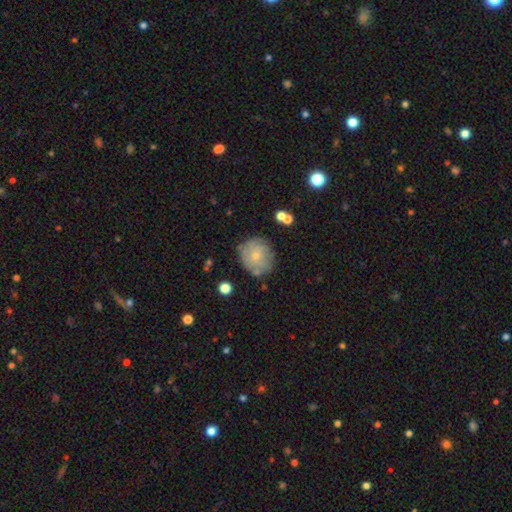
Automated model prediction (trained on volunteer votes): Smooth or featured: smooth — 60% (featured or disk — 32%)
How rounded: round — 87% (in between — 12%)
Merging: none — 73% (minor disturbance — 17%)